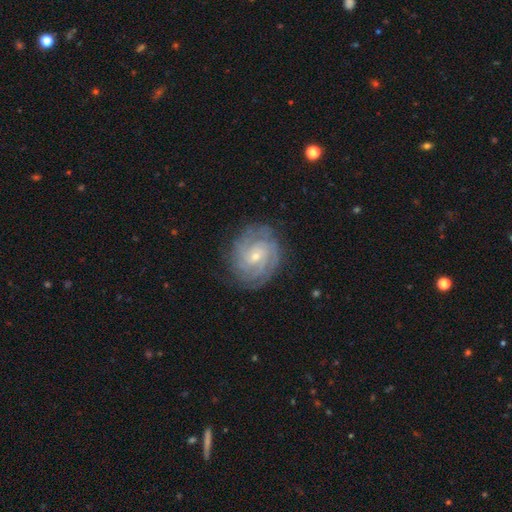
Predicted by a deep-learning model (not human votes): Q: Smooth or featured?
A: featured or disk (84%); runner-up: smooth (9%)
Q: Edge-on disk?
A: no (97%); runner-up: yes (3%)
Q: Bar?
A: no (53%); runner-up: weak (39%)
Q: Spiral arms?
A: yes (97%); runner-up: no (3%)
Q: Spiral winding?
A: tight (74%); runner-up: medium (22%)
Q: Spiral arm count?
A: can't tell (28%); runner-up: 3 (20%)
Q: Bulge size?
A: small (72%); runner-up: moderate (25%)
Q: Merging?
A: none (82%); runner-up: minor disturbance (13%)